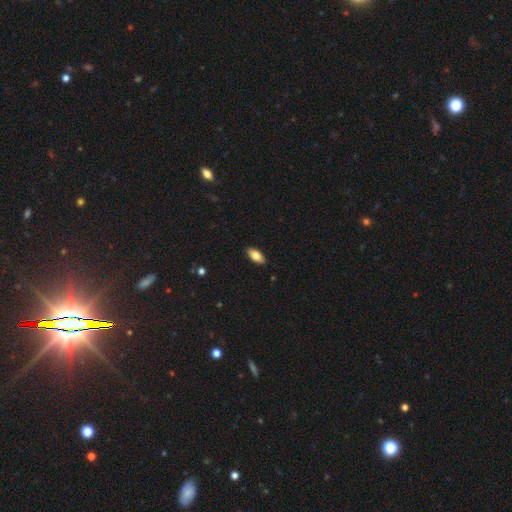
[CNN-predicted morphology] Smooth or featured?
  - smooth: 81% *
  - featured or disk: 13%
  - star or artifact: 7%
How rounded?
  - in between: 90% *
  - cigar-shaped: 8%
  - round: 2%
Merging?
  - none: 89% *
  - minor disturbance: 8%
  - major disturbance: 2%
  - merger: 1%